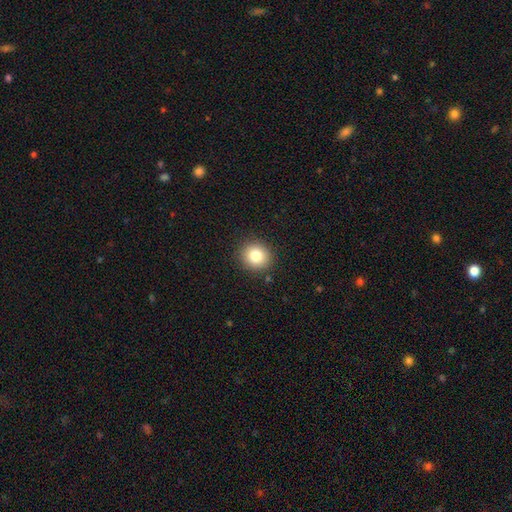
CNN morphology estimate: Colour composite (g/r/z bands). It shows a smooth galaxy with no disk features (82%) that is round (87%). Merging: none (90%).